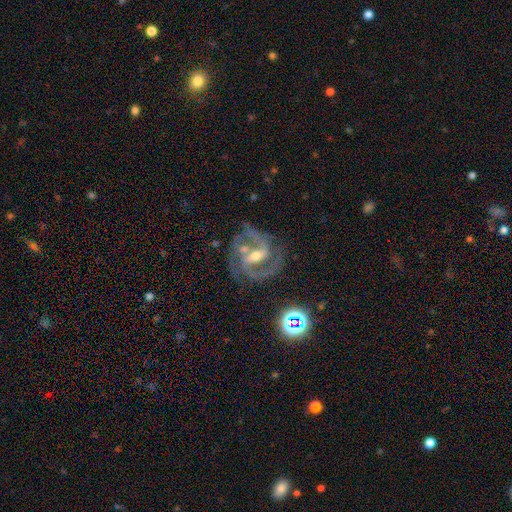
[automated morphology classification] featured or disk 89%, star or artifact 7%, smooth 4%. Down the decision tree: edge-on disk — no (97%); bar — strong (52%); spiral arms — yes (98%); spiral arm count — 2 (78%); spiral winding — medium (61%); bulge size — moderate (52%); merging — none (69%).